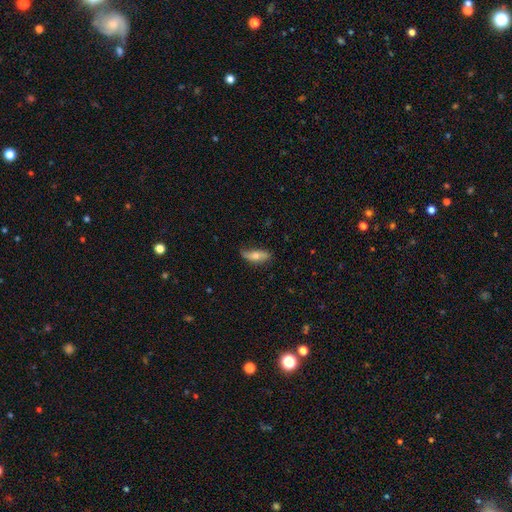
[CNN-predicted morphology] This appears to be a smooth galaxy with no disk features (59%) that is in between round and cigar-shaped (71%). Merging: none (64%).